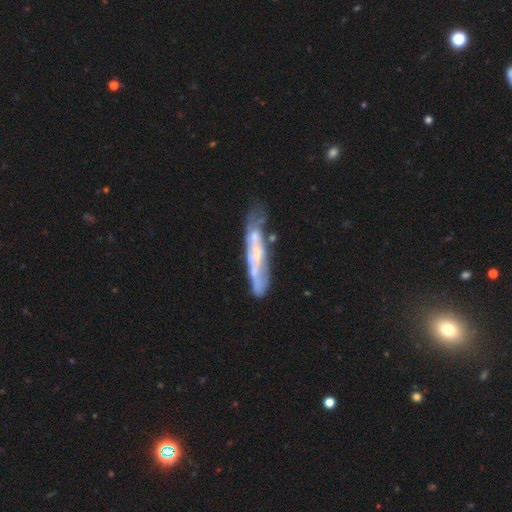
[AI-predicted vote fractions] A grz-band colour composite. It shows a featured or disk galaxy (65%) with not edge-on (50%, tied with yes). Merging: none (51%).